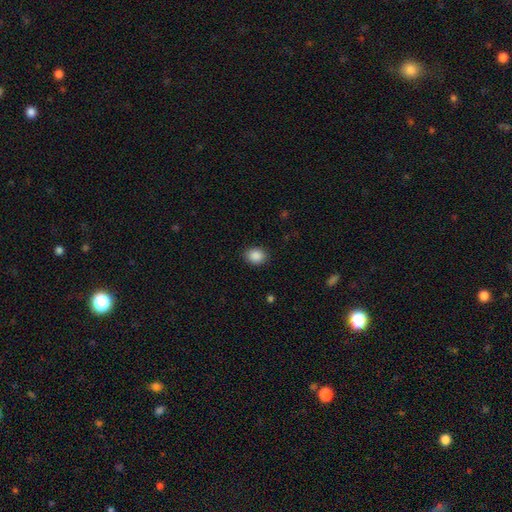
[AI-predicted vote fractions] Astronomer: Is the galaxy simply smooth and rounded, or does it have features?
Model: smooth — 89%.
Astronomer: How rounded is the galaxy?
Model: in between — 50% (runner-up: round, 49%).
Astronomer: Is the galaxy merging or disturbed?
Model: none — 87%.